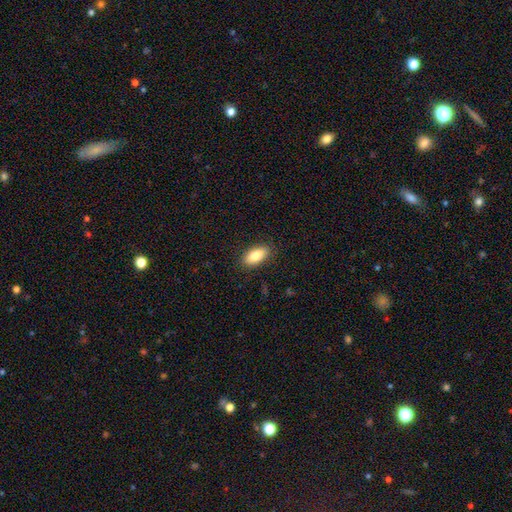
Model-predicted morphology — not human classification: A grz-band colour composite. It shows a smooth galaxy with no disk features (84%) that is in between round and cigar-shaped (89%). Merging: none (88%).